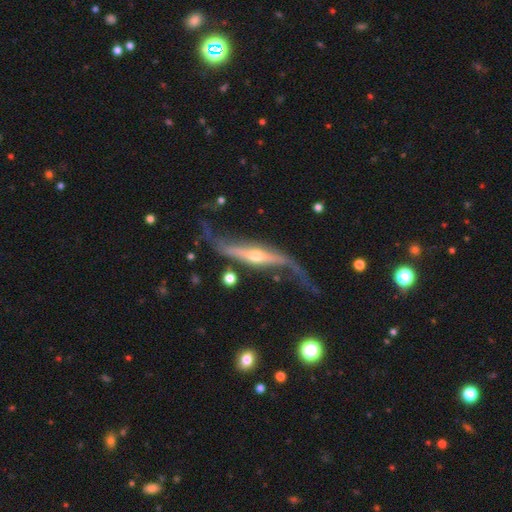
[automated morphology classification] This is clearly a featured or disk galaxy (87%). It is possibly not viewed edge-on (54%). Merging: possibly none (48%).